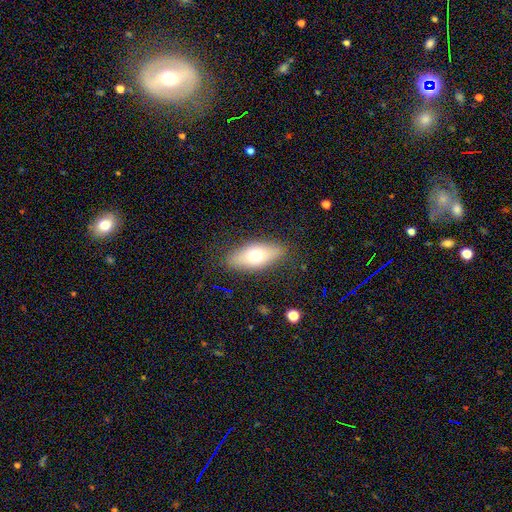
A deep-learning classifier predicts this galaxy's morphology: The model was most divided on "smooth or featured": smooth: 66%, featured or disk: 27%, star or artifact: 7%. More confident: merging — none (83%); how rounded — in between (79%).